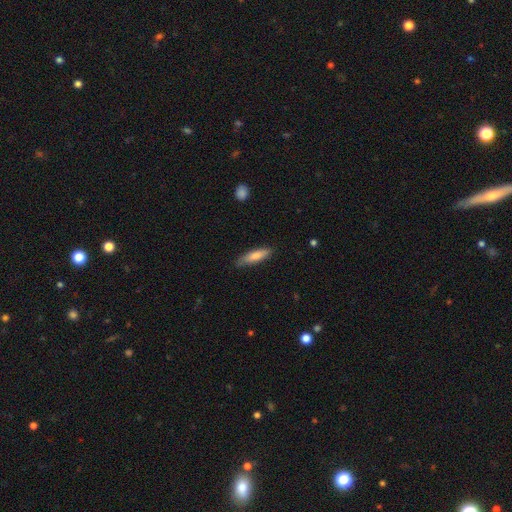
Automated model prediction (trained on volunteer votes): Smooth or featured? Predicted: smooth (p=0.78). How rounded? Predicted: cigar-shaped (p=0.68). Merging? Predicted: none (p=0.79).